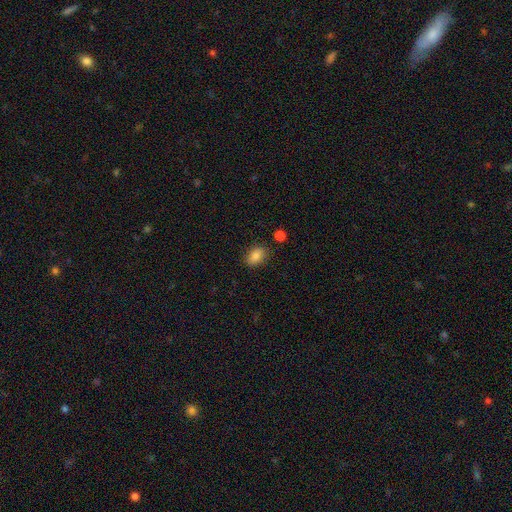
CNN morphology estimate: A smooth galaxy with no disk features (85%) that is in between round and cigar-shaped (81%).

Vote fractions:
- Smooth or featured? smooth: 85% / star or artifact: 9% / featured or disk: 6%
- How rounded? in between: 81% / round: 18% / cigar-shaped: 2%
- Merging? none: 83% / minor disturbance: 12% / merger: 3% / major disturbance: 3%